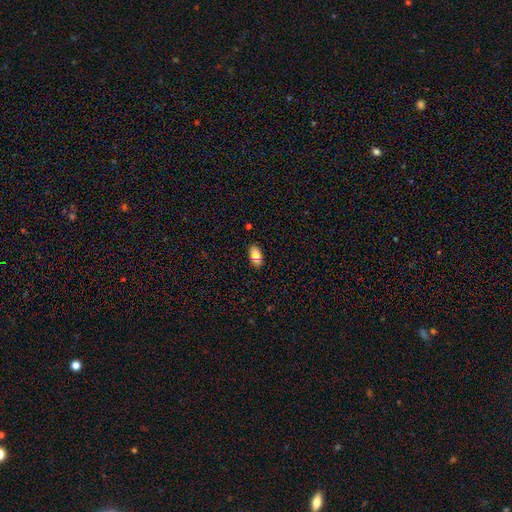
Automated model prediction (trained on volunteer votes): Q: Smooth or featured?
A: smooth (77%); runner-up: featured or disk (13%)
Q: How rounded?
A: in between (91%); runner-up: cigar-shaped (5%)
Q: Merging?
A: none (82%); runner-up: minor disturbance (12%)